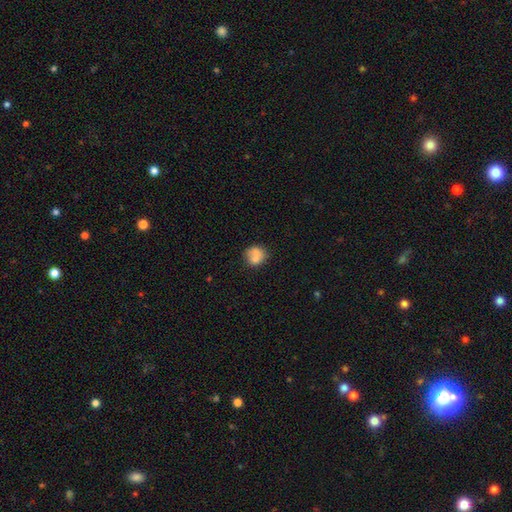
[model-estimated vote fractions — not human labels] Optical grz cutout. It shows a smooth galaxy with no disk features (72%) that is round (77%). Merging: none (48%).